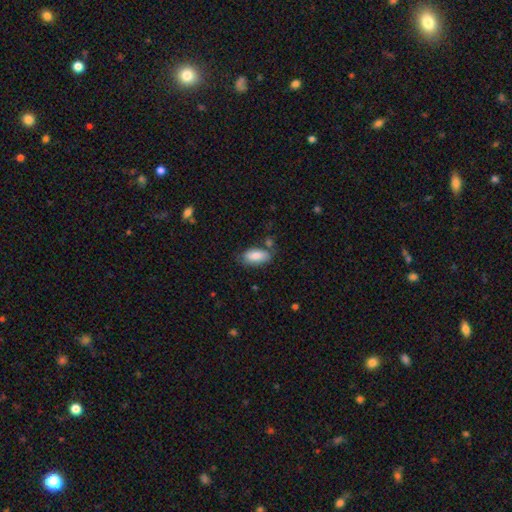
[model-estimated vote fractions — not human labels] This appears to be a smooth galaxy with no disk features (85%) that is in between round and cigar-shaped (91%). Merging: none (70%).